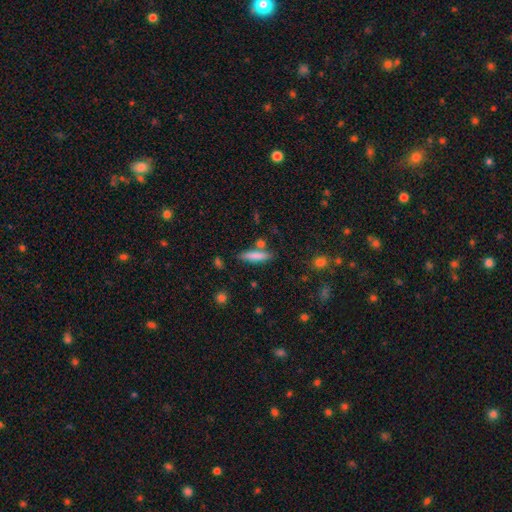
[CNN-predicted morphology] Smooth or featured? Predicted: smooth (p=0.78). How rounded? Predicted: cigar-shaped (p=0.76). Merging? Predicted: none (p=0.73).